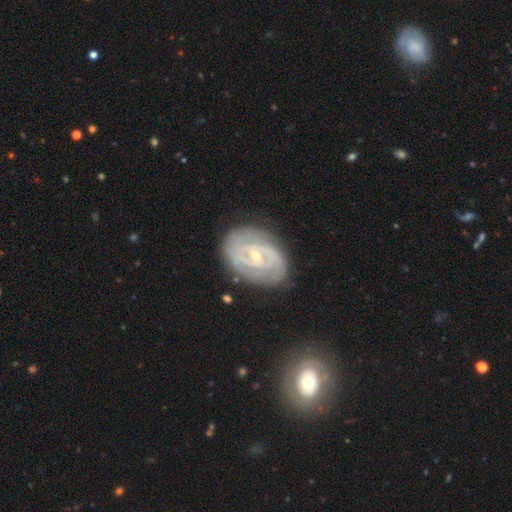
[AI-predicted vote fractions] This is clearly a featured or disk galaxy (84%). It is clearly not viewed edge-on (96%). Bar: possibly weak (46%). Spiral arm pattern: clearly yes (87%). Spiral arm count: marginally 2 (44%). Spiral winding: likely tight (70%). Central bulge: likely small (70%). Merging: likely none (77%).